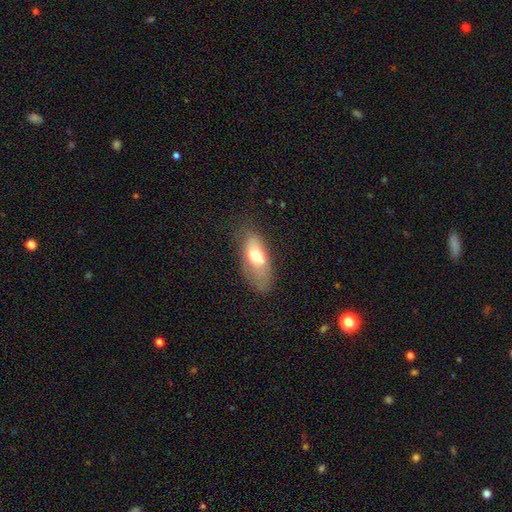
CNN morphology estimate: Overall: smooth (65%; featured or disk 27%). How rounded: in between (86%). Merging: none (46%; minor disturbance 30%).